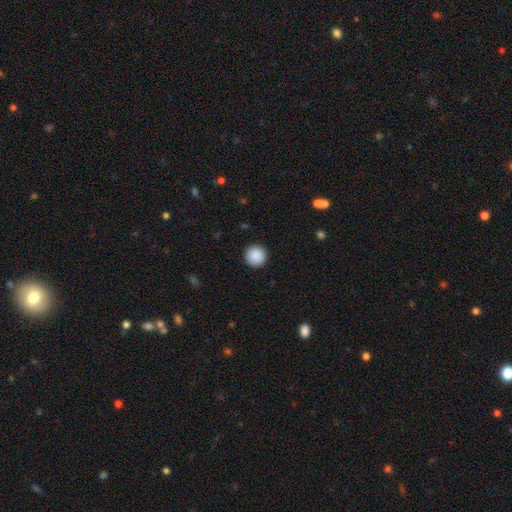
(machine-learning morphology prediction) Smooth or featured? smooth (90%)
How rounded? round (95%)
Merging? none (92%)